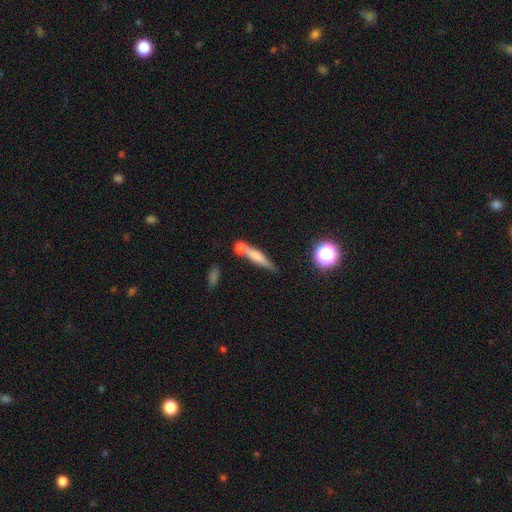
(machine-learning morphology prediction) smooth 59%, featured or disk 31%, star or artifact 10%. Down the decision tree: how rounded — cigar-shaped (79%); merging — none (47%).